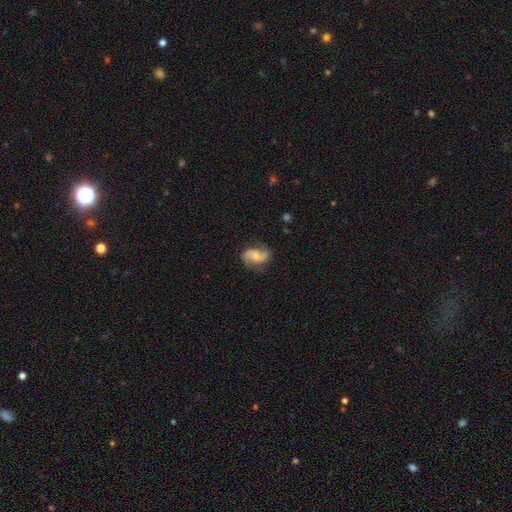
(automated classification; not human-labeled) A featured or disk galaxy (74%) with no bar (56%), 2 (90%) loose (49%) spiral arms (95%) and a moderate central bulge (46%). Merging: none (73%).